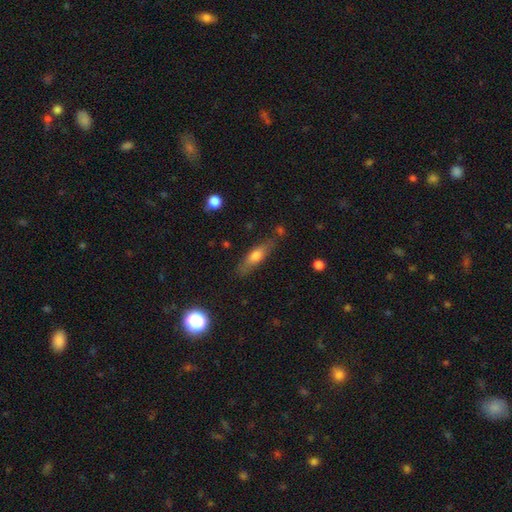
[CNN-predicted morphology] This appears to be a smooth galaxy with no disk features (61%) that is cigar-shaped (58%). Merging: none (77%).